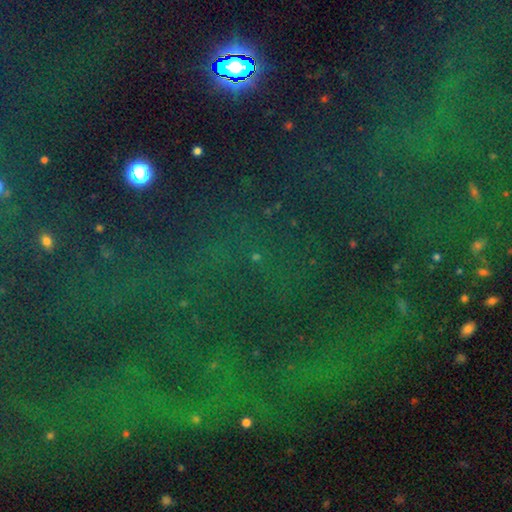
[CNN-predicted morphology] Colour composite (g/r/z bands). It shows a star or artifact, not a galaxy (80%).